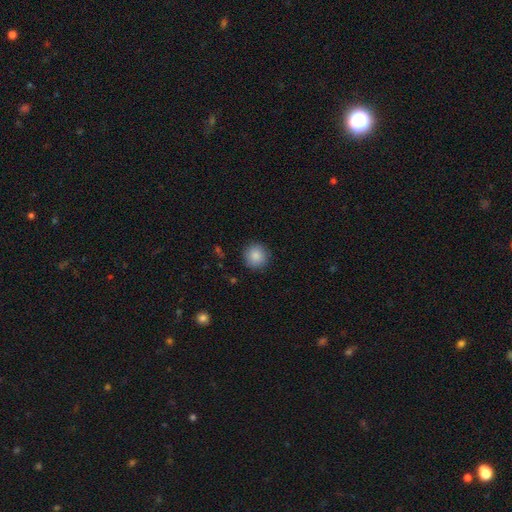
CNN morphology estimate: Smooth or featured?
  - smooth: 87% *
  - star or artifact: 8%
  - featured or disk: 5%
How rounded?
  - round: 93% *
  - in between: 6%
  - cigar-shaped: 1%
Merging?
  - none: 90% *
  - minor disturbance: 7%
  - major disturbance: 2%
  - merger: 1%